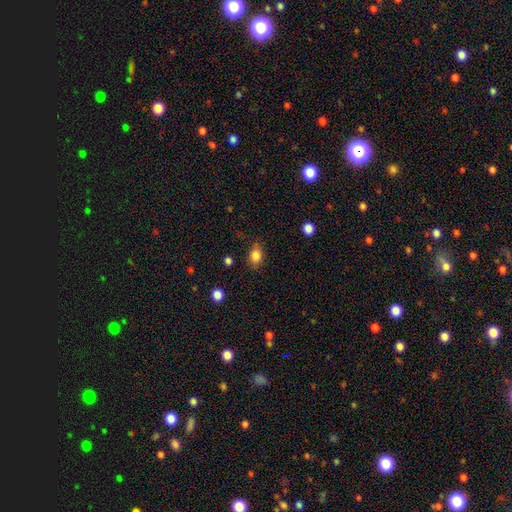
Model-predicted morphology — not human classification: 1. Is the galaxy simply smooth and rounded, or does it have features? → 84% smooth, 10% star or artifact, 6% featured or disk.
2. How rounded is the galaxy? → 68% in between, 30% round, 1% cigar-shaped.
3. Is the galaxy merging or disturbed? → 78% none, 16% minor disturbance, 4% major disturbance, 2% merger.